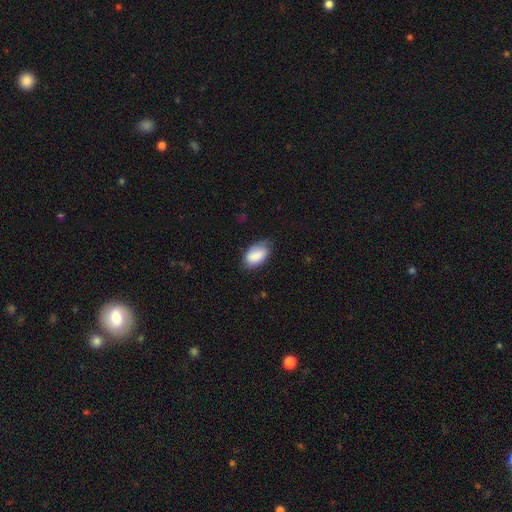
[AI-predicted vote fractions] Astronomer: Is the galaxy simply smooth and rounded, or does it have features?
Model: smooth — 85%.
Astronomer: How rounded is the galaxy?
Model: in between — 93%.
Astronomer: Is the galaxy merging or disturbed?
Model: none — 61%.